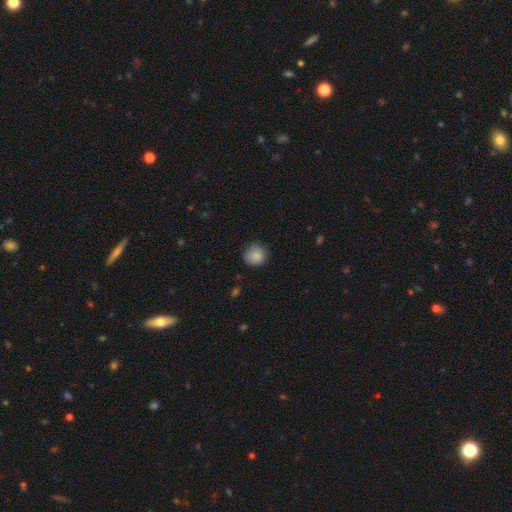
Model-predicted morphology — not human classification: smooth 86%, star or artifact 8%, featured or disk 6%. Down the decision tree: how rounded — round (91%); merging — none (81%).